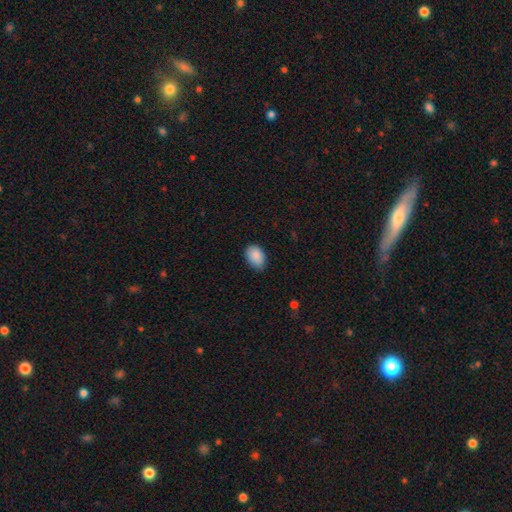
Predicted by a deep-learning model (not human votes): Morphology: type=smooth (89%); roundness=in between (83%); merging=none (75%).